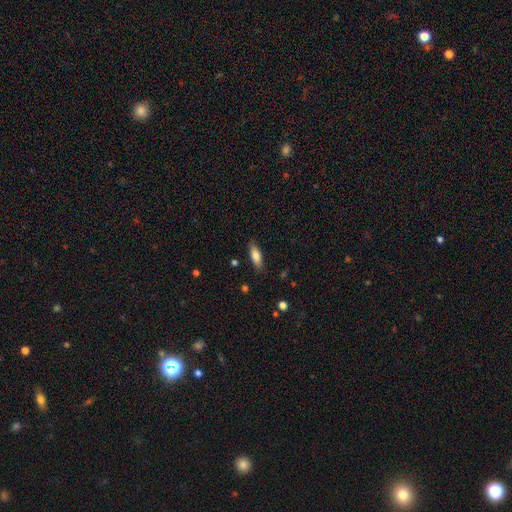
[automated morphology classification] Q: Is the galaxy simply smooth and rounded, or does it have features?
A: smooth — 78%.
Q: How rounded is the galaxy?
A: in between — 59%.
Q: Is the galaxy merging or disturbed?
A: none — 85%.